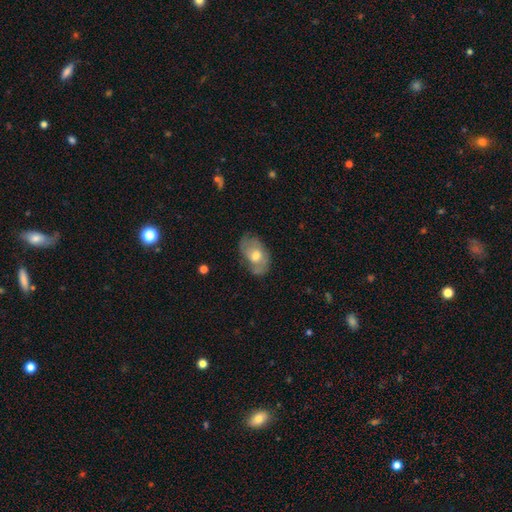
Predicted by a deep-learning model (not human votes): smooth 49%, featured or disk 44%, star or artifact 7%. Down the decision tree: merging — none (59%).